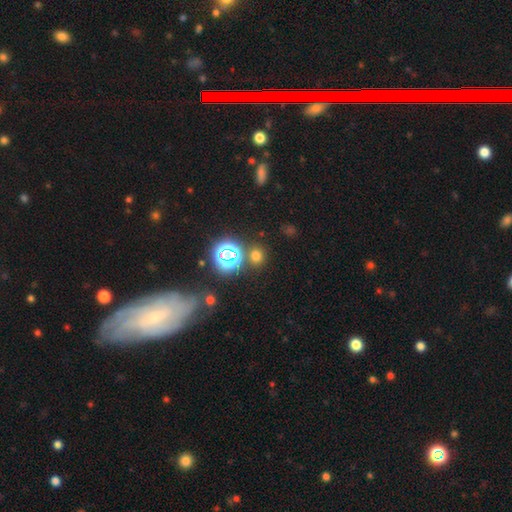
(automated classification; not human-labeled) Q: Smooth or featured?
A: smooth (63%); runner-up: star or artifact (31%)
Q: How rounded?
A: round (76%); runner-up: in between (23%)
Q: Merging?
A: none (80%); runner-up: merger (9%)